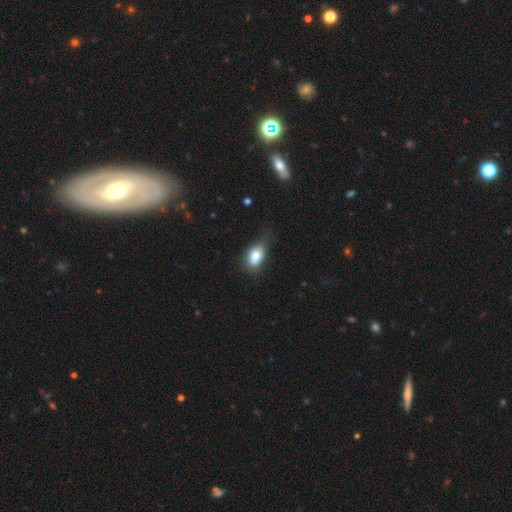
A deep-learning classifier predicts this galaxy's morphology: Q: Smooth or featured?
A: smooth (75%); runner-up: featured or disk (16%)
Q: How rounded?
A: in between (80%); runner-up: round (17%)
Q: Merging?
A: none (37%); runner-up: minor disturbance (36%)